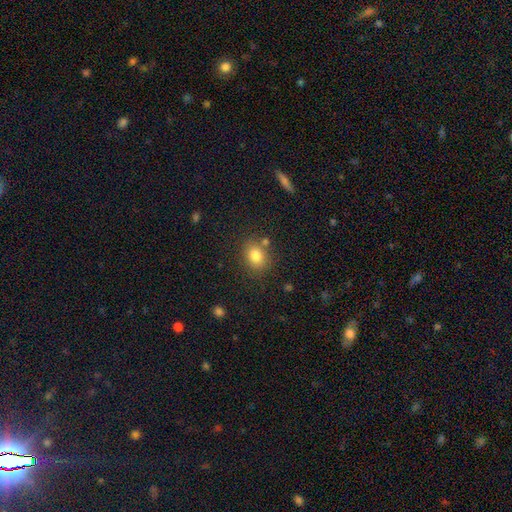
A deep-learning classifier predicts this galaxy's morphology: type=smooth (81%); roundness=round (53%); merging=none (74%).